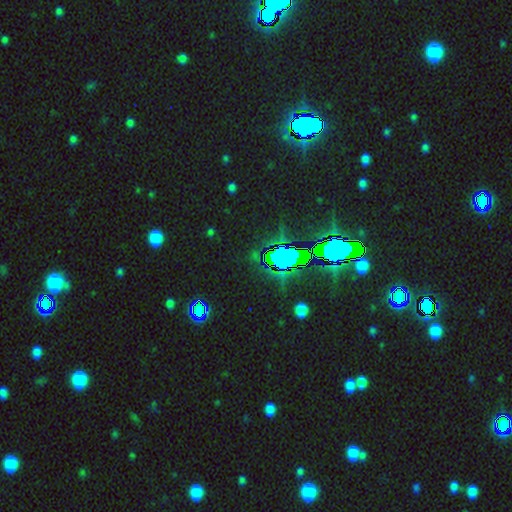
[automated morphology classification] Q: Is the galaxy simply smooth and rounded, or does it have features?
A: star or artifact — 82%.